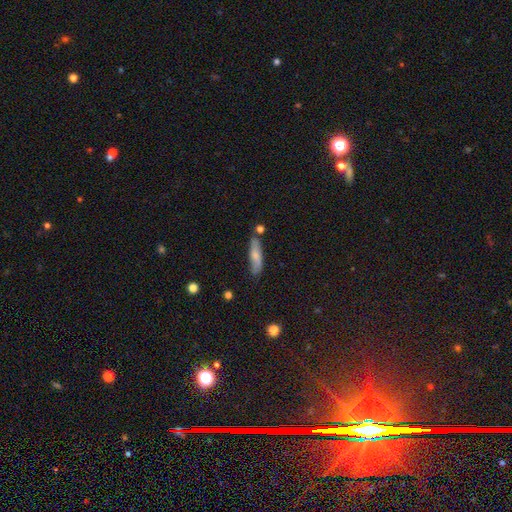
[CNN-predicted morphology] This appears to be a smooth galaxy with no disk features (68%) that is cigar-shaped (69%). Merging: none (72%).